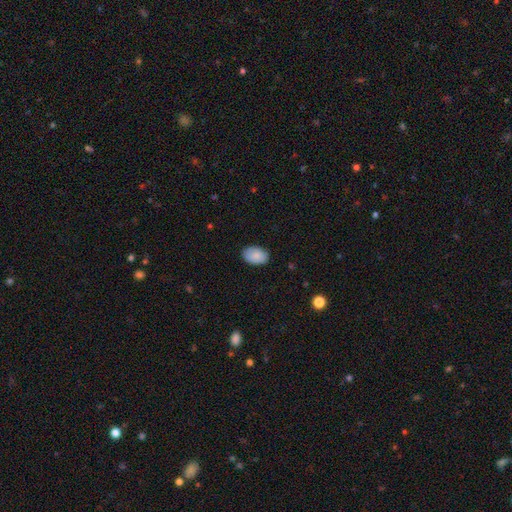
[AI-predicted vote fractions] This is clearly a smooth galaxy (87%). How rounded: clearly in between (88%). Merging: clearly none (83%).